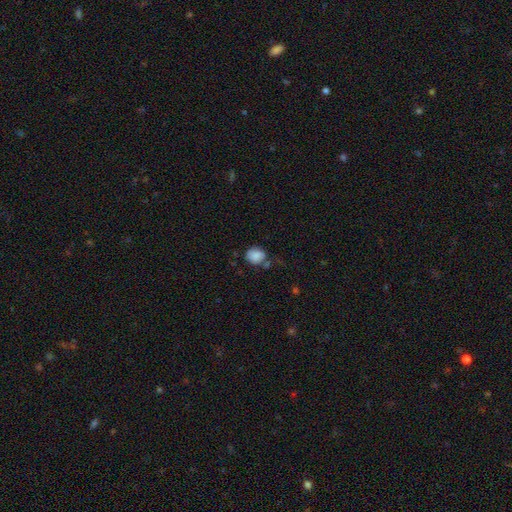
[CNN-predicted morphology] smooth-or-featured: smooth: 85% | star or artifact: 9% | featured or disk: 6%
  how-rounded: round: 72% | in between: 27% | cigar-shaped: 1%
  merging: none: 63% | minor disturbance: 21% | merger: 10% | major disturbance: 6%